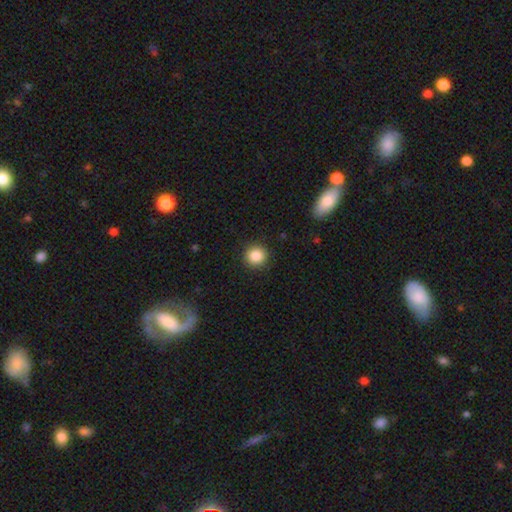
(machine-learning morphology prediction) Overall: smooth (86%). How rounded: round (93%). Merging: none (91%).